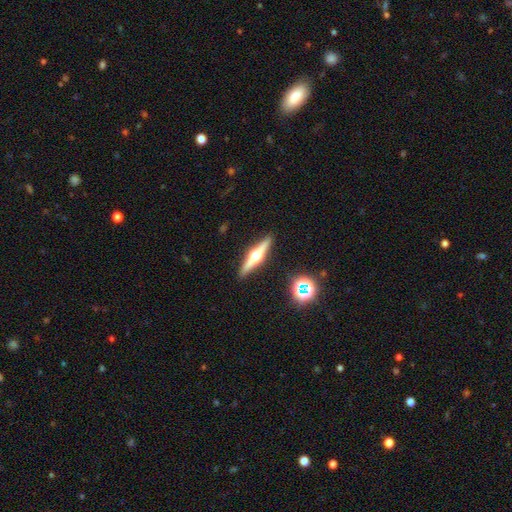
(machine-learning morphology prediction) Overall: featured or disk (76%). Edge-on disk: yes (98%). Edge-on bulge: rounded (96%). Merging: none (91%).